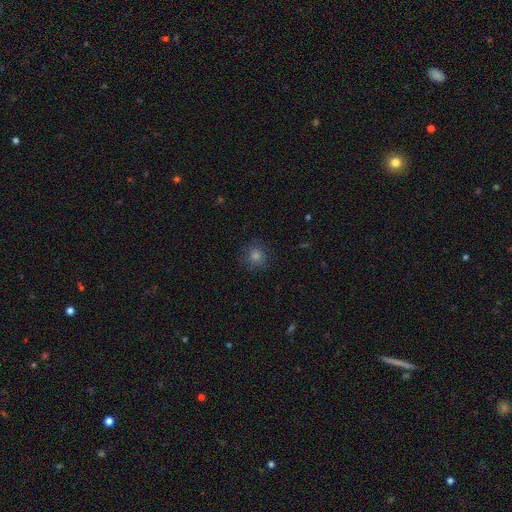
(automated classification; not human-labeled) Q: Smooth or featured?
A: smooth (68%); runner-up: star or artifact (22%)
Q: How rounded?
A: round (92%); runner-up: in between (7%)
Q: Merging?
A: none (86%); runner-up: minor disturbance (10%)